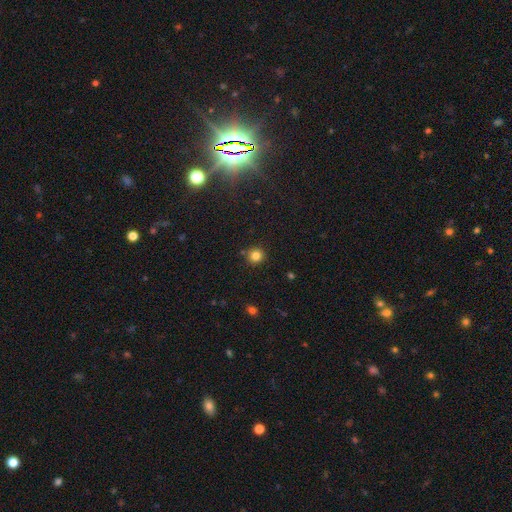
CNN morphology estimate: A smooth galaxy with no disk features (82%) that is round (93%).

Vote fractions:
- Smooth or featured? smooth: 82% / star or artifact: 13% / featured or disk: 5%
- How rounded? round: 93% / in between: 6% / cigar-shaped: 1%
- Merging? none: 88% / minor disturbance: 7% / merger: 3% / major disturbance: 2%